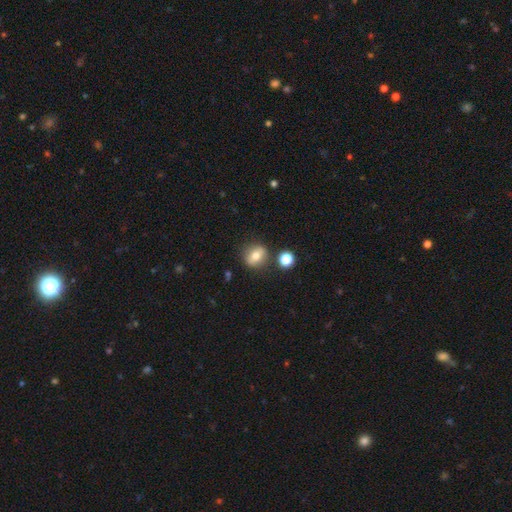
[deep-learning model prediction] smooth 64%, featured or disk 25%, star or artifact 11%. Down the decision tree: how rounded — round (60%); merging — none (81%).